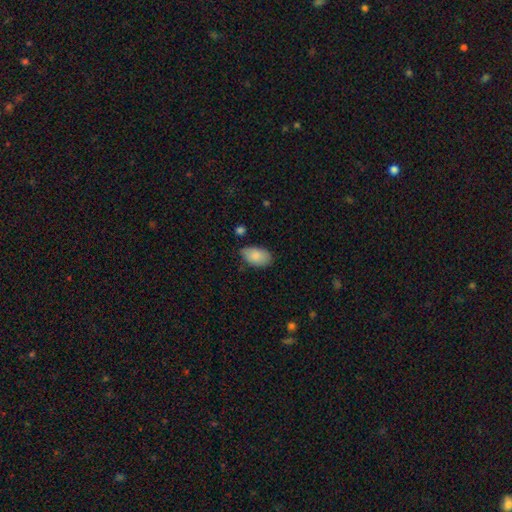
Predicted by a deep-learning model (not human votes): A smooth galaxy with no disk features (87%) that is in between round and cigar-shaped (94%).

Vote fractions:
- Smooth or featured? smooth: 87% / featured or disk: 7% / star or artifact: 6%
- How rounded? in between: 94% / round: 5% / cigar-shaped: 1%
- Merging? none: 76% / minor disturbance: 18% / major disturbance: 3% / merger: 2%